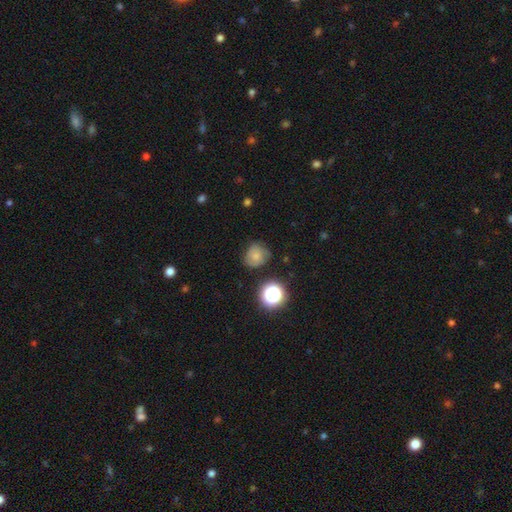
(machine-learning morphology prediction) Overall: smooth (67%). How rounded: round (77%). Merging: none (66%).